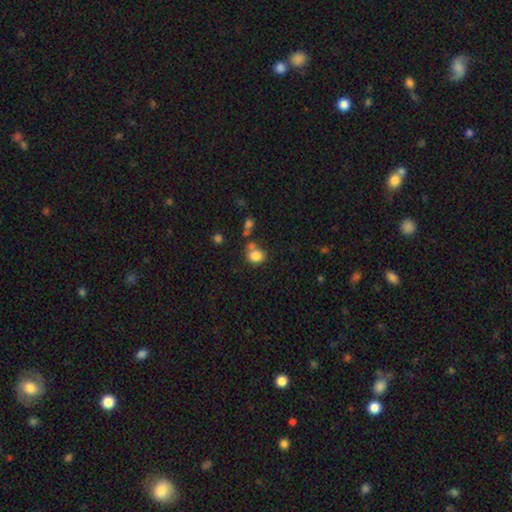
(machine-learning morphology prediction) Q: Smooth or featured?
A: smooth (82%); runner-up: star or artifact (11%)
Q: How rounded?
A: round (58%); runner-up: in between (41%)
Q: Merging?
A: none (52%); runner-up: merger (23%)